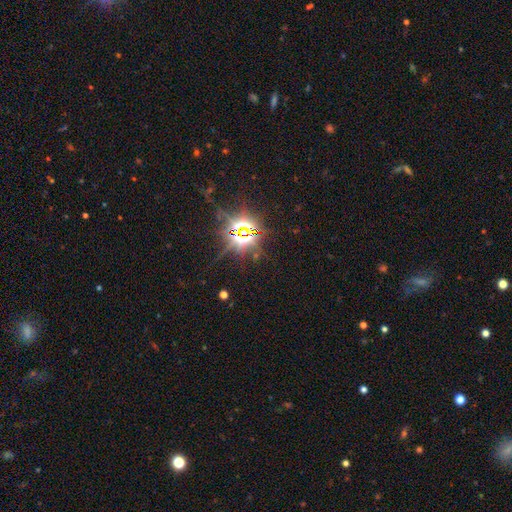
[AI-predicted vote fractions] Smooth or featured? Predicted: star or artifact (p=0.83).